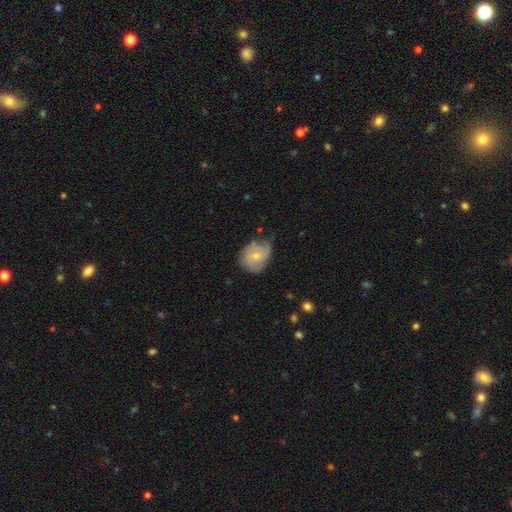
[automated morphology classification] Q: Smooth or featured?
A: featured or disk (49%); runner-up: smooth (44%)
Q: Merging?
A: none (56%); runner-up: minor disturbance (32%)